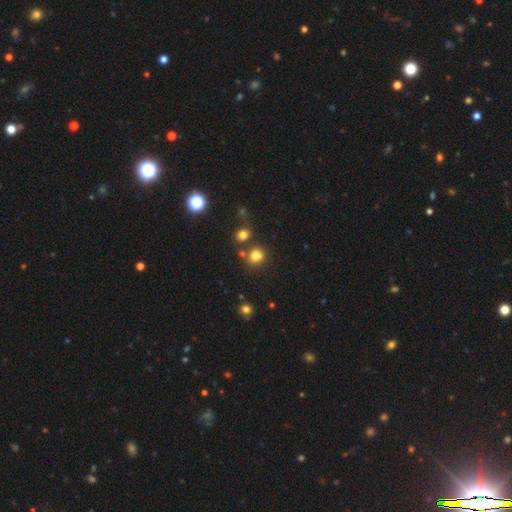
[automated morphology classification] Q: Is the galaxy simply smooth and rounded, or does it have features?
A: smooth — 77%.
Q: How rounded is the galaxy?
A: round — 73%.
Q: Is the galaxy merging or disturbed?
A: none — 67%.